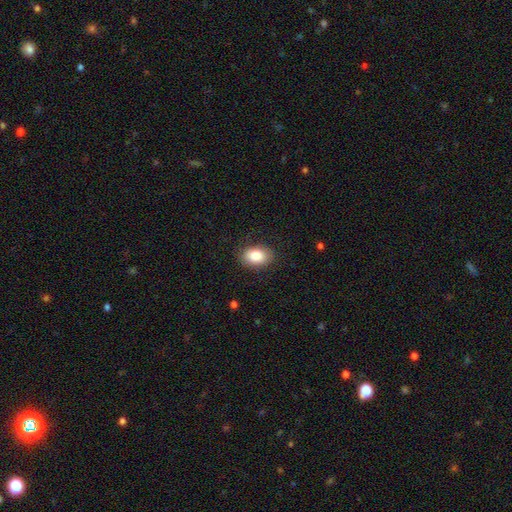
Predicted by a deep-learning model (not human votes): smooth_or_featured: smooth (p=0.85) [alt: star or artifact p=0.08]
how_rounded: in between (p=0.84) [alt: round p=0.15]
merging: none (p=0.85) [alt: minor disturbance p=0.11]